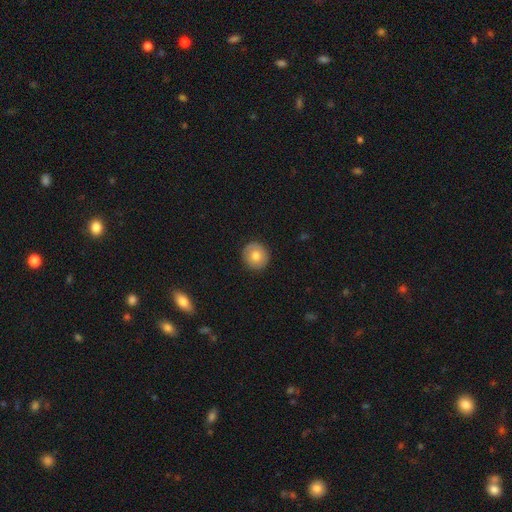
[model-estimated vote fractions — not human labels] A smooth galaxy with no disk features (72%) that is round (93%).

Vote fractions:
- Smooth or featured? smooth: 72% / featured or disk: 20% / star or artifact: 8%
- How rounded? round: 93% / in between: 6% / cigar-shaped: 1%
- Merging? none: 90% / minor disturbance: 7% / major disturbance: 2% / merger: 1%